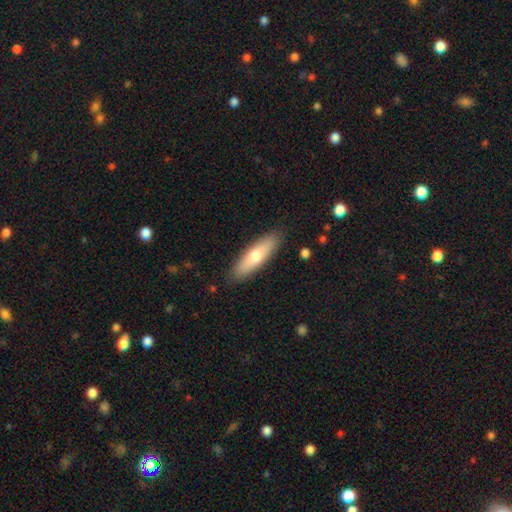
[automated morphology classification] A smooth galaxy with no disk features (66%) that is cigar-shaped (61%). Merging: none (88%).